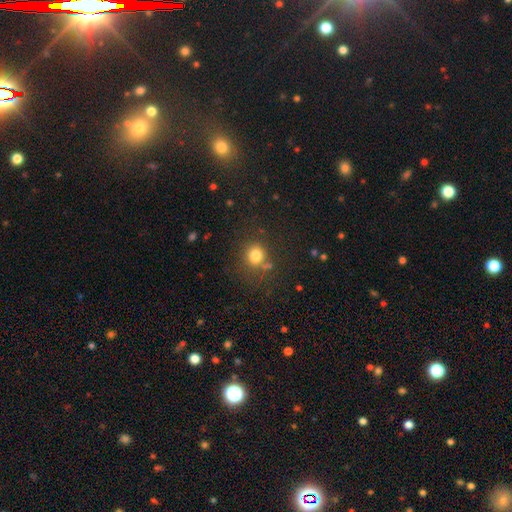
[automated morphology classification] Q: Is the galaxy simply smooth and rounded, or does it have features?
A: smooth — 79%.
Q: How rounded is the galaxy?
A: round — 83%.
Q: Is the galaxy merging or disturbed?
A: none — 73%.